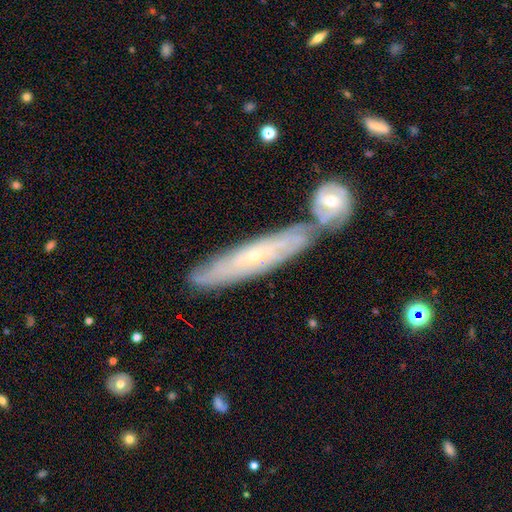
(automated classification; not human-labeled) Smooth or featured: featured or disk — 64% (smooth — 29%)
Edge-on disk: no — 52% (yes — 48%)
Merging: none — 69% (merger — 17%)